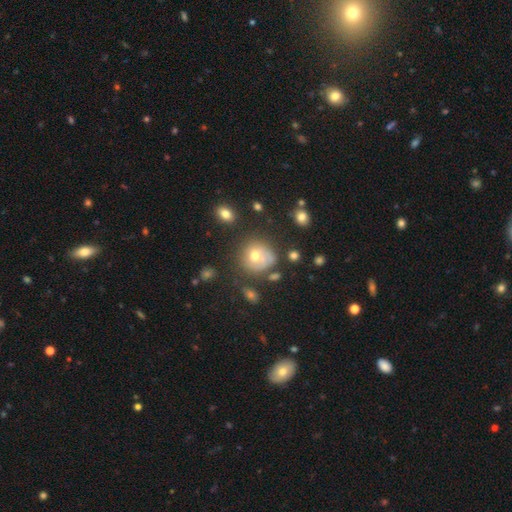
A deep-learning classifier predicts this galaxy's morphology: This is likely a smooth galaxy (61%). How rounded: clearly round (84%). Merging: possibly none (59%).